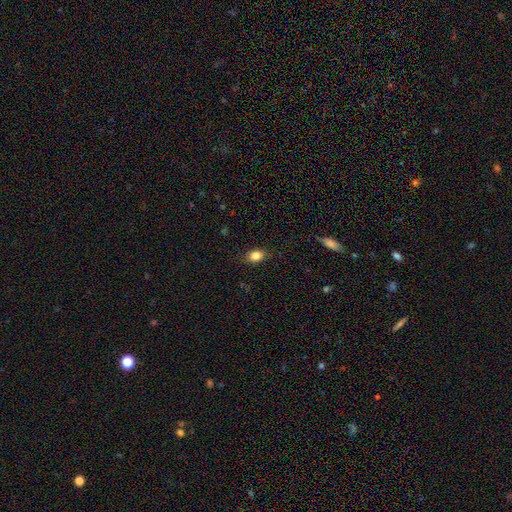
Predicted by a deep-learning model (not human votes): This appears to be a smooth galaxy with no disk features (83%) that is in between round and cigar-shaped (76%). Merging: none (84%).